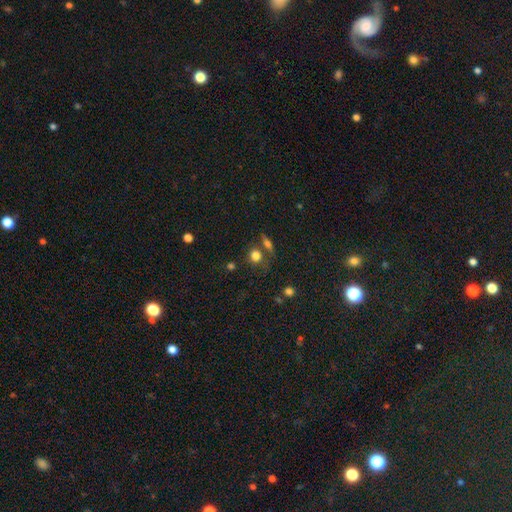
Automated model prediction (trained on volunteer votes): Smooth or featured?
  - smooth: 77% *
  - star or artifact: 13%
  - featured or disk: 10%
How rounded?
  - round: 74% *
  - in between: 23%
  - cigar-shaped: 3%
Merging?
  - none: 63% *
  - merger: 18%
  - minor disturbance: 13%
  - major disturbance: 6%